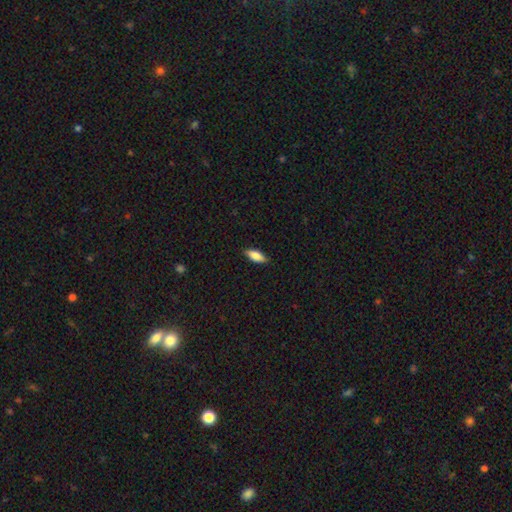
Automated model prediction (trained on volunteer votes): smooth 82%, featured or disk 12%, star or artifact 6%. Down the decision tree: how rounded — in between (76%); merging — none (86%).